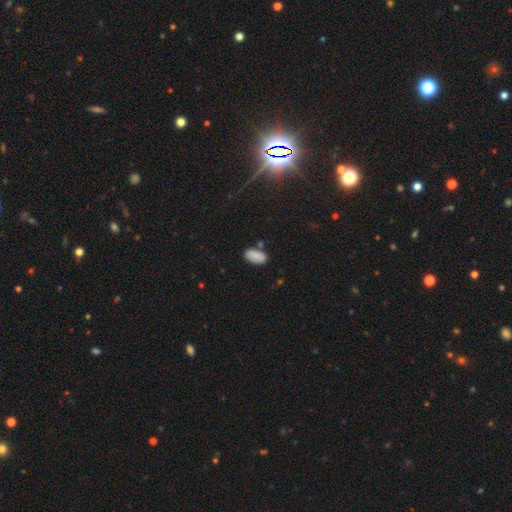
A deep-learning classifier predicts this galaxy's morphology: Q: Smooth or featured?
A: smooth (87%); runner-up: star or artifact (8%)
Q: How rounded?
A: in between (94%); runner-up: round (3%)
Q: Merging?
A: none (74%); runner-up: minor disturbance (14%)